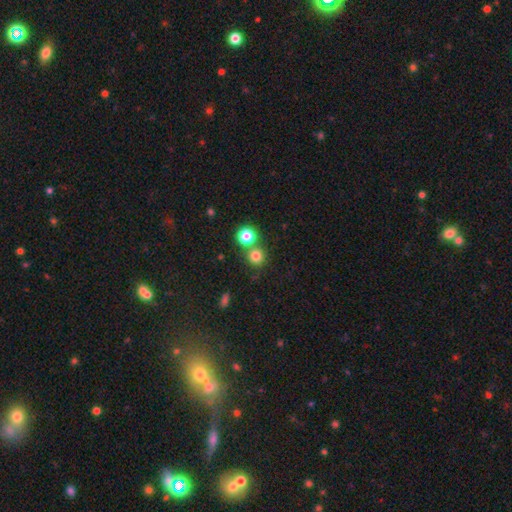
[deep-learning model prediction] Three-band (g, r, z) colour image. It shows a smooth galaxy with no disk features (78%) that is round (91%). Merging: none (67%).